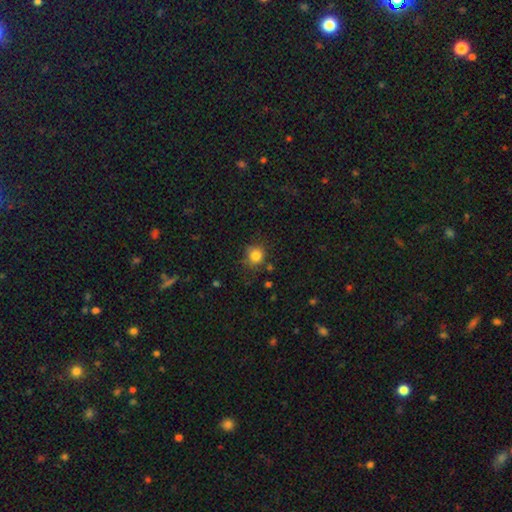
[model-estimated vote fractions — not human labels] A smooth galaxy with no disk features (82%) that is round (87%).

Vote fractions:
- Smooth or featured? smooth: 82% / star or artifact: 12% / featured or disk: 6%
- How rounded? round: 87% / in between: 12% / cigar-shaped: 1%
- Merging? none: 76% / minor disturbance: 16% / major disturbance: 4% / merger: 4%